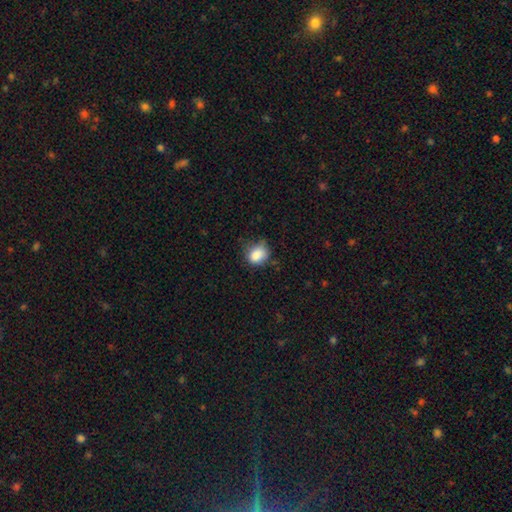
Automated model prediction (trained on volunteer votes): Smooth or featured?
  - smooth: 85% *
  - star or artifact: 9%
  - featured or disk: 6%
How rounded?
  - round: 57% *
  - in between: 42%
  - cigar-shaped: 1%
Merging?
  - none: 55% *
  - minor disturbance: 33%
  - major disturbance: 9%
  - merger: 2%